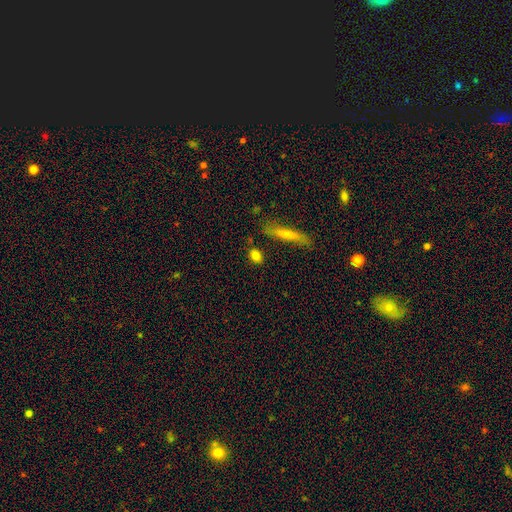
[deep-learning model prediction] Smooth or featured: smooth — 81% (featured or disk — 10%)
How rounded: in between — 58% (round — 28%)
Merging: none — 81% (minor disturbance — 12%)